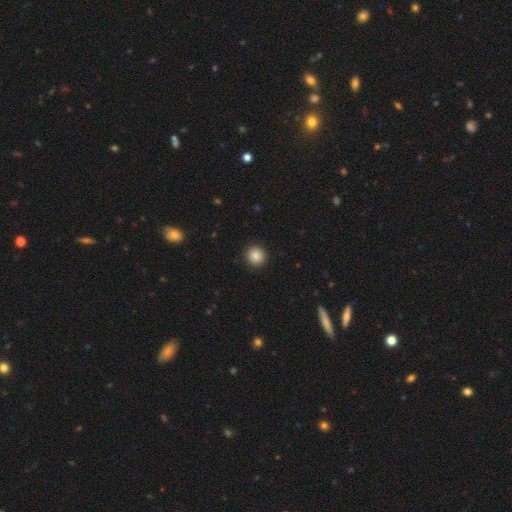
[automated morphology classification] type=smooth (86%); roundness=round (94%); merging=none (92%).